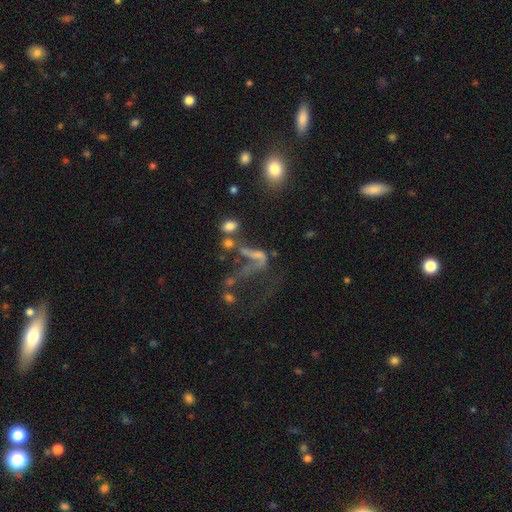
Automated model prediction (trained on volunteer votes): Smooth or featured? featured or disk (46%)
Merging? major disturbance (42%)